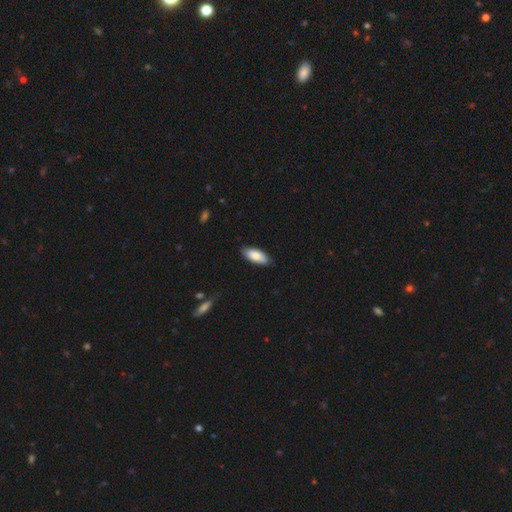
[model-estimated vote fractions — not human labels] A smooth galaxy with no disk features (84%) that is in between round and cigar-shaped (82%). Merging: none (86%).